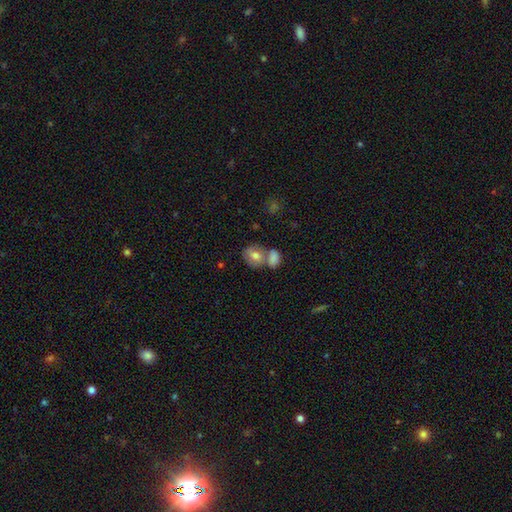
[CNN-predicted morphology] Smooth or featured?
  - smooth: 71% *
  - featured or disk: 20%
  - star or artifact: 8%
How rounded?
  - in between: 57% *
  - round: 42%
  - cigar-shaped: 2%
Merging?
  - merger: 45% *
  - none: 39%
  - minor disturbance: 11%
  - major disturbance: 4%